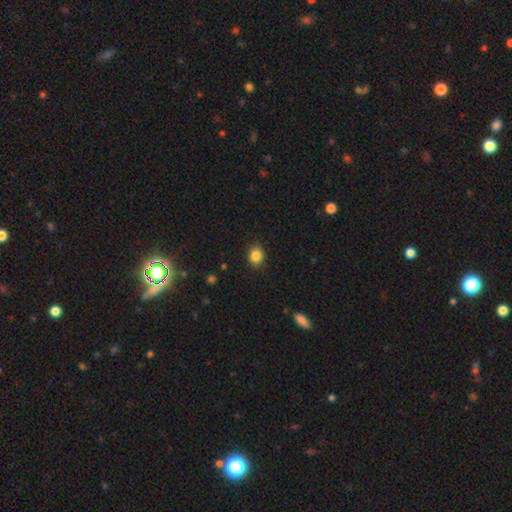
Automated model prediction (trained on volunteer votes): Overall: smooth (86%). How rounded: round (59%; in between 40%). Merging: none (89%).